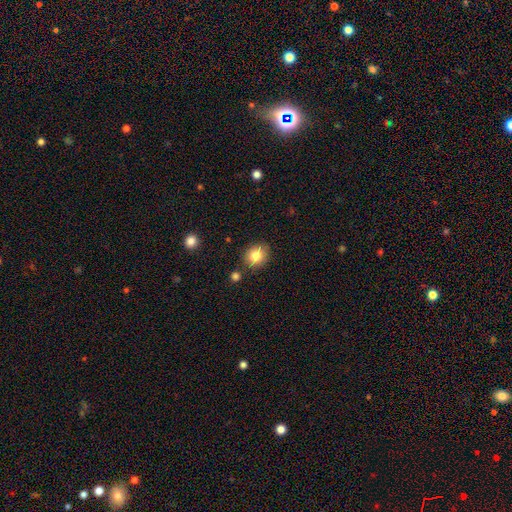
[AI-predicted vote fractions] The model was most divided on "how rounded": round: 69%, in between: 31%, cigar-shaped: 1%. More confident: smooth or featured — smooth (82%); merging — none (81%).